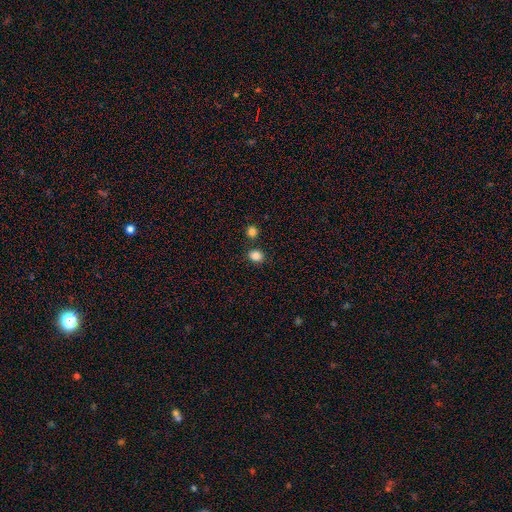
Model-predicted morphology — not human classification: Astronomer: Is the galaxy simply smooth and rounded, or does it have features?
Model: smooth — 85%.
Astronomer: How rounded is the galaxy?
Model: round — 61% (runner-up: in between, 38%).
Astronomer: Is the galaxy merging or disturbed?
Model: none — 81%.